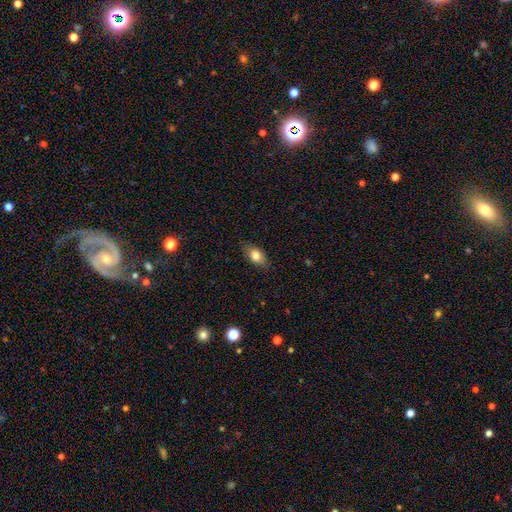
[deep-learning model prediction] smooth-or-featured: smooth: 79% | featured or disk: 14% | star or artifact: 8%
  how-rounded: in between: 87% | round: 8% | cigar-shaped: 6%
  merging: none: 82% | minor disturbance: 14% | major disturbance: 3% | merger: 1%